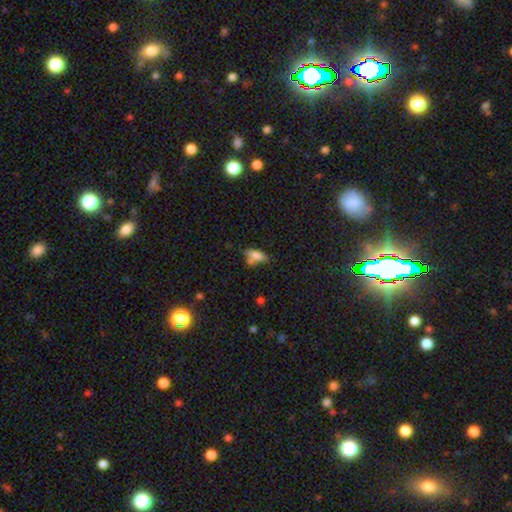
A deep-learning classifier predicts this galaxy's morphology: A smooth galaxy with no disk features (76%) that is in between round and cigar-shaped (80%). Merging: none (49%).